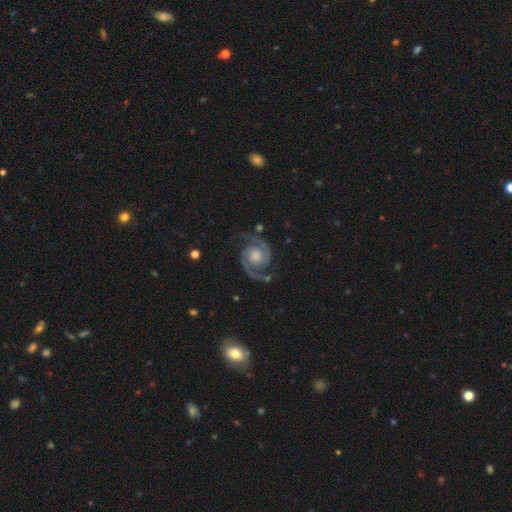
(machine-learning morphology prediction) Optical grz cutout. It shows a featured or disk galaxy (93%) with no bar (72%), 2 (95%) medium (55%) spiral arms (99%) and a moderate central bulge (52%). Merging: none (81%).